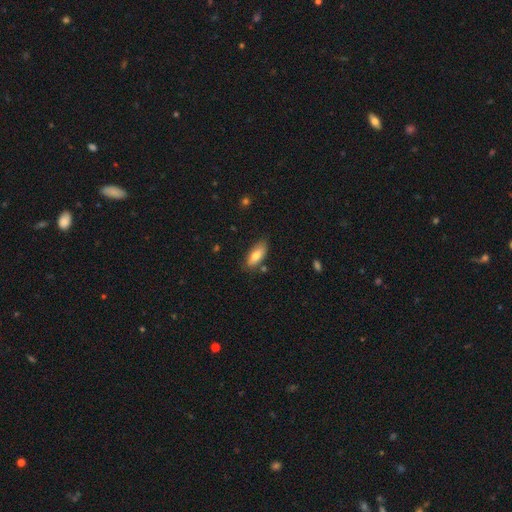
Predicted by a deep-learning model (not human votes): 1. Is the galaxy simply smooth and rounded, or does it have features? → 75% smooth, 18% featured or disk, 7% star or artifact.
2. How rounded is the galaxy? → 79% in between, 19% cigar-shaped, 2% round.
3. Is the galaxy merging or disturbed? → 75% none, 18% minor disturbance, 4% merger, 3% major disturbance.